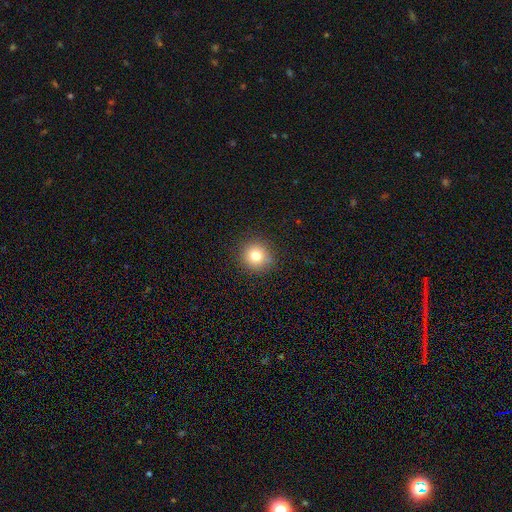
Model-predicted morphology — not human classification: Smooth or featured? Predicted: smooth (p=0.79). How rounded? Predicted: round (p=0.93). Merging? Predicted: none (p=0.88).